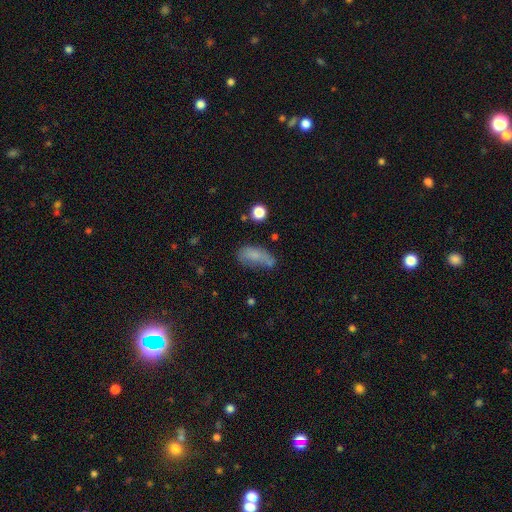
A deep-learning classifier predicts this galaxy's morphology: This is likely a smooth galaxy (70%). How rounded: clearly in between (82%). Merging: marginally none (38%).